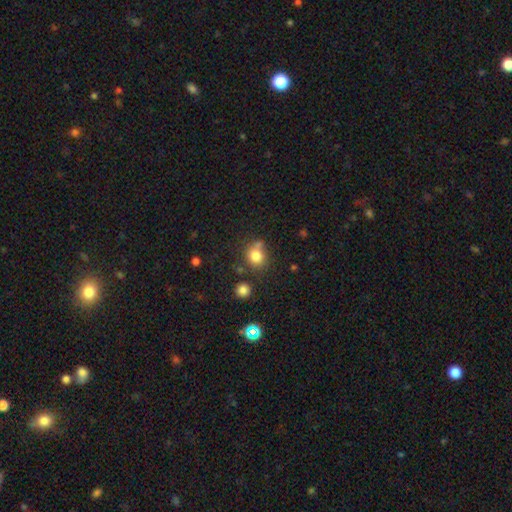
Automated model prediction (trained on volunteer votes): A smooth galaxy with no disk features (80%) that is round (72%). Merging: none (61%).